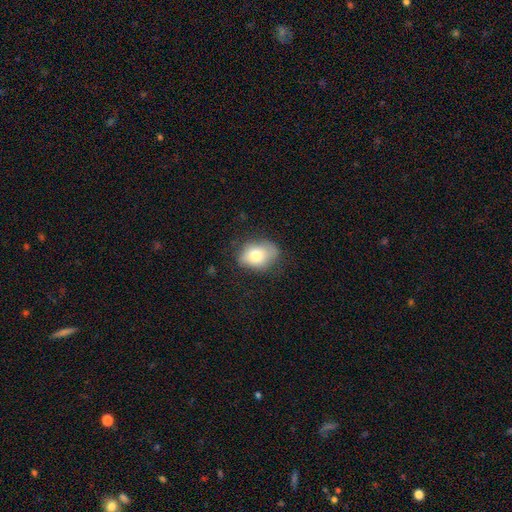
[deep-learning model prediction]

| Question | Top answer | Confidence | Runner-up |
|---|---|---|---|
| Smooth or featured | smooth | 75% | featured or disk (16%) |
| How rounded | in between | 70% | round (29%) |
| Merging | none | 65% | minor disturbance (25%) |